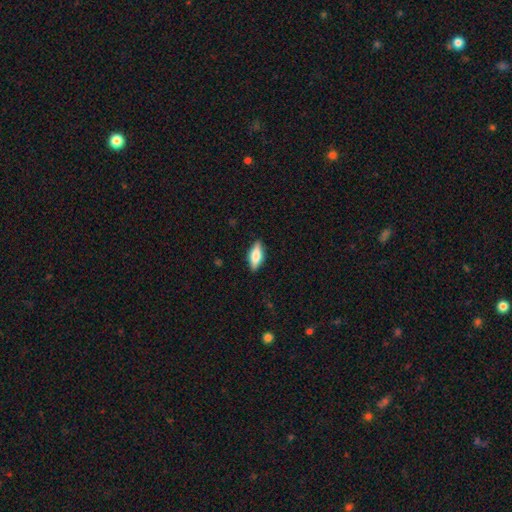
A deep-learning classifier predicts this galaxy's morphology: Smooth or featured: smooth — 61% (featured or disk — 33%)
How rounded: in between — 69% (cigar-shaped — 28%)
Merging: none — 87% (minor disturbance — 10%)